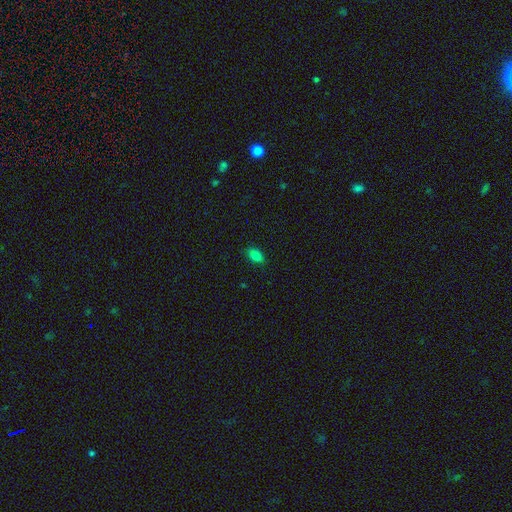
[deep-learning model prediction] Overall: smooth (82%). How rounded: in between (86%). Merging: none (86%).